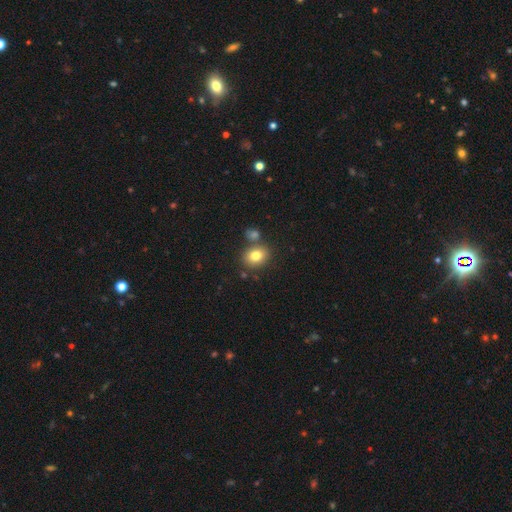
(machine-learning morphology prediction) smooth_or_featured: smooth (p=0.80) [alt: star or artifact p=0.10]
how_rounded: round (p=0.53) [alt: in between p=0.46]
merging: none (p=0.71) [alt: merger p=0.15]